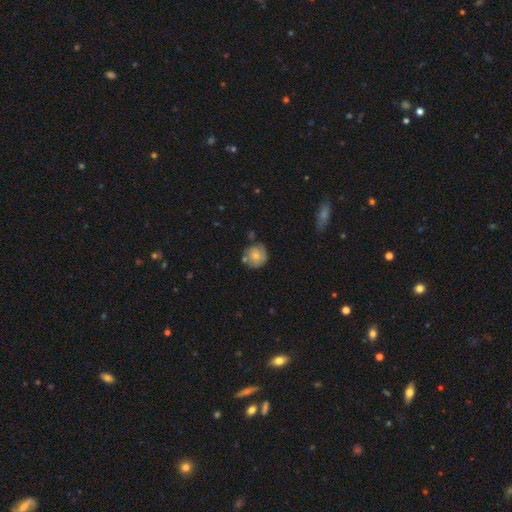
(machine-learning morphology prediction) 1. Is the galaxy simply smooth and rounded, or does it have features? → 64% smooth, 28% featured or disk, 8% star or artifact.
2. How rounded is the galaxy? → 90% round, 9% in between, 1% cigar-shaped.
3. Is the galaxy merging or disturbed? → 67% none, 21% minor disturbance, 7% merger, 5% major disturbance.